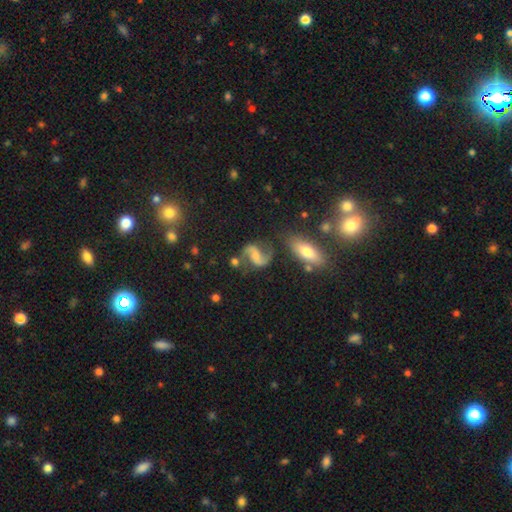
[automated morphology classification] This is likely a featured or disk galaxy (80%). It is clearly not viewed edge-on (96%). Bar: marginally weak (40%). Spiral arm pattern: clearly yes (94%). Spiral arm count: clearly 2 (93%). Spiral winding: possibly loose (53%). Central bulge: marginally small (45%). Merging: likely none (67%).